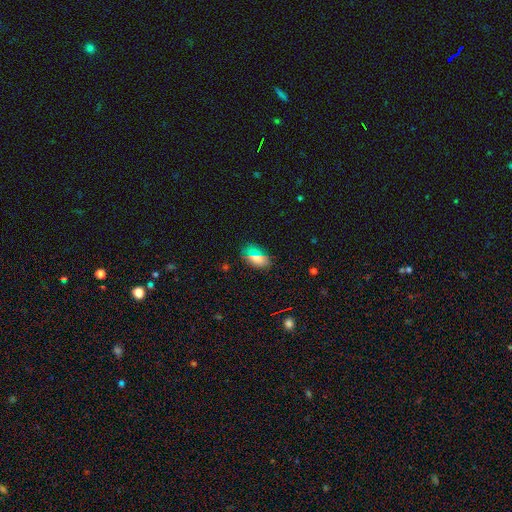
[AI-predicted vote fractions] Smooth or featured?
  - smooth: 70% *
  - star or artifact: 18%
  - featured or disk: 12%
How rounded?
  - in between: 85% *
  - round: 10%
  - cigar-shaped: 4%
Merging?
  - none: 84% *
  - minor disturbance: 11%
  - major disturbance: 3%
  - merger: 2%